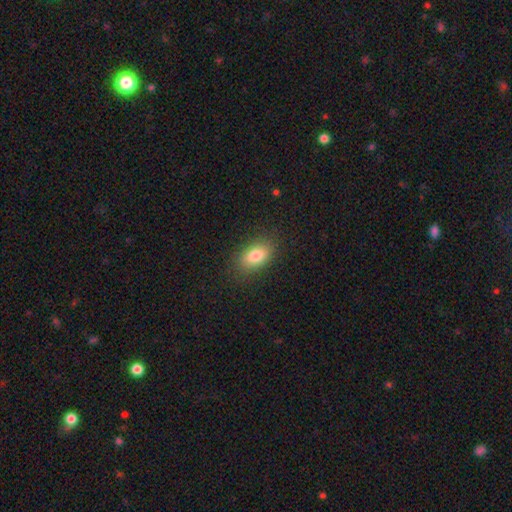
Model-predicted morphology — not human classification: Smooth or featured?
  - smooth: 83% *
  - featured or disk: 9%
  - star or artifact: 8%
How rounded?
  - in between: 89% *
  - round: 9%
  - cigar-shaped: 3%
Merging?
  - none: 85% *
  - minor disturbance: 10%
  - major disturbance: 3%
  - merger: 1%